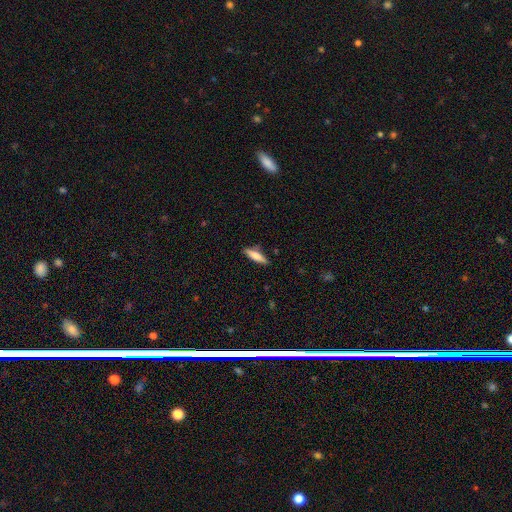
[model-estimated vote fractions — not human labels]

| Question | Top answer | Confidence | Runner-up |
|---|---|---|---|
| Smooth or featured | smooth | 72% | featured or disk (22%) |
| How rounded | cigar-shaped | 68% | in between (30%) |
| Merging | none | 83% | minor disturbance (12%) |